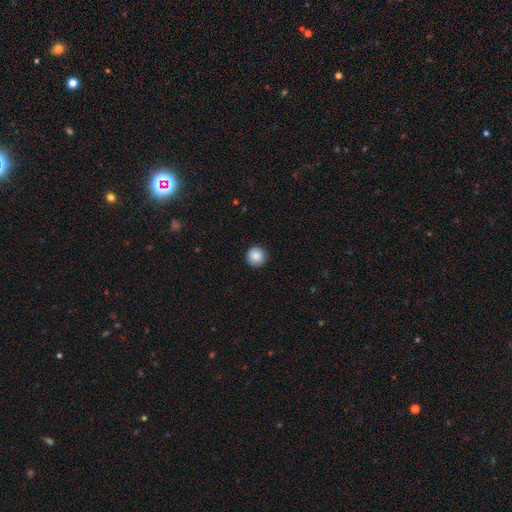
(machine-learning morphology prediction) A smooth galaxy with no disk features (88%) that is round (96%).

Vote fractions:
- Smooth or featured? smooth: 88% / star or artifact: 8% / featured or disk: 3%
- How rounded? round: 96% / in between: 3% / cigar-shaped: 1%
- Merging? none: 92% / minor disturbance: 5% / major disturbance: 2% / merger: 1%